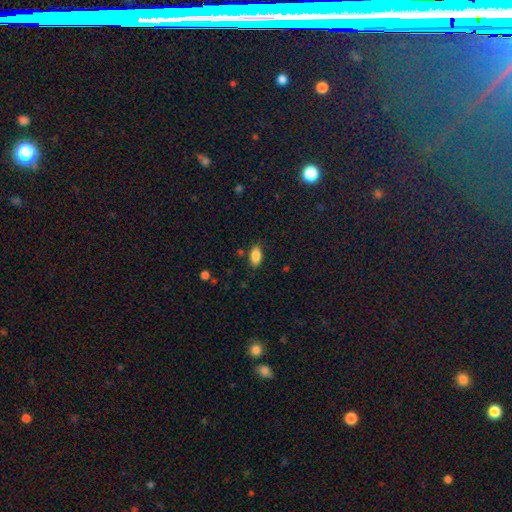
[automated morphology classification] type=smooth (87%); roundness=in between (91%); merging=none (82%).